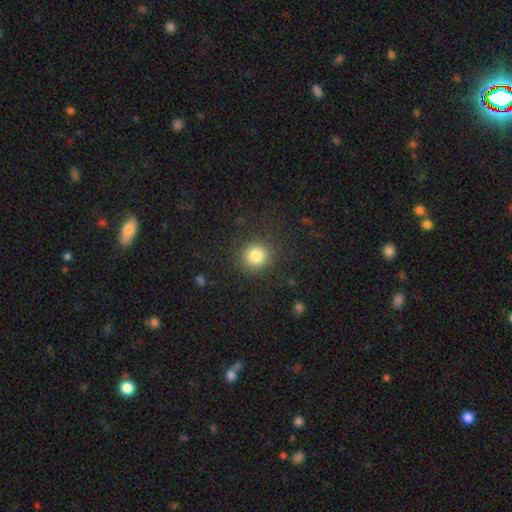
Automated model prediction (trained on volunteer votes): Smooth or featured? smooth (82%)
How rounded? round (92%)
Merging? none (88%)